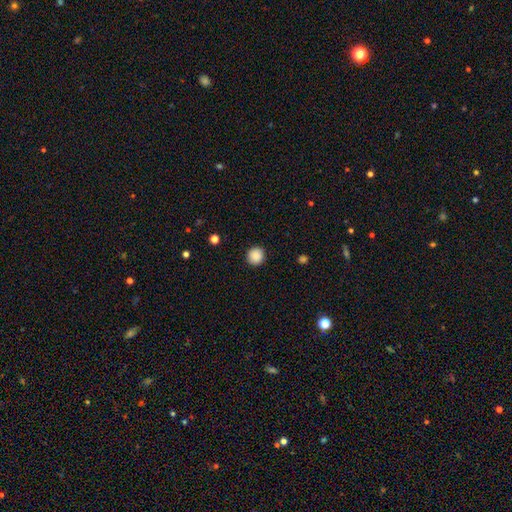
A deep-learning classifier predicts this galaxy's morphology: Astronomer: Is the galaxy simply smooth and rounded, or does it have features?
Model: smooth — 88%.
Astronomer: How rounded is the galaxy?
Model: round — 94%.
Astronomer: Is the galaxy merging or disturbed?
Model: none — 90%.